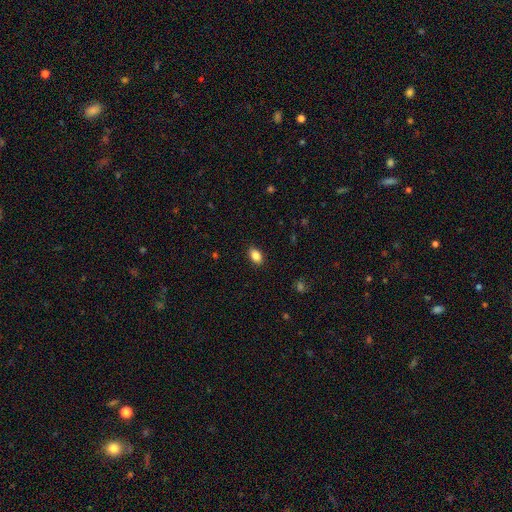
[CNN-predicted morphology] Smooth or featured? smooth (86%)
How rounded? in between (88%)
Merging? none (89%)